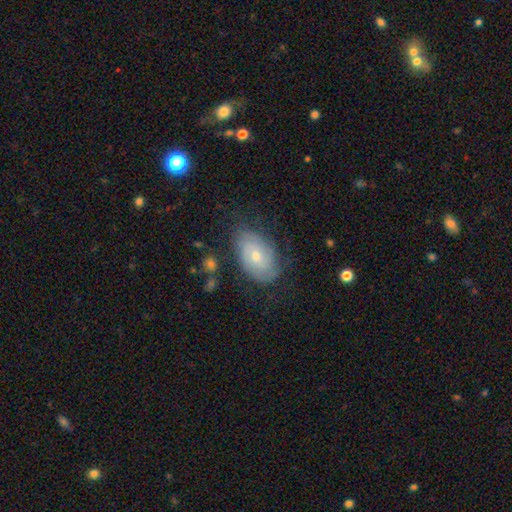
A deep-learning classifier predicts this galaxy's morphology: smooth_or_featured: featured or disk (p=0.53) [alt: smooth p=0.39]
disk_edge_on: no (p=0.93) [alt: yes p=0.07]
merging: none (p=0.69) [alt: minor disturbance p=0.22]